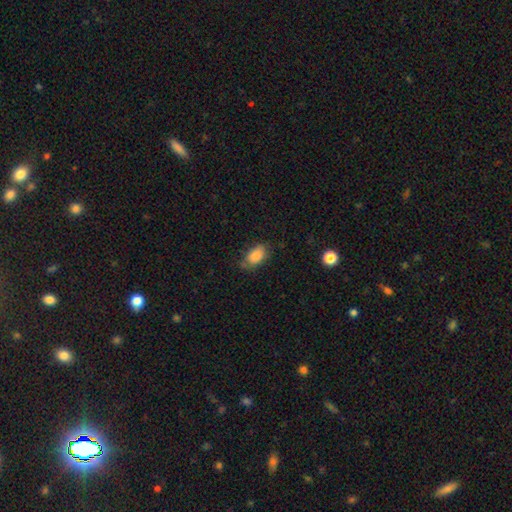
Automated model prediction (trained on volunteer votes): Smooth or featured? smooth (86%)
How rounded? in between (90%)
Merging? none (70%)